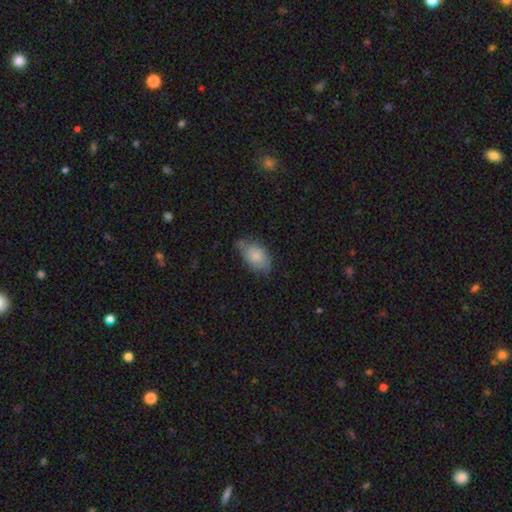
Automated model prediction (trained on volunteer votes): Smooth or featured?
  - smooth: 80% *
  - featured or disk: 13%
  - star or artifact: 7%
How rounded?
  - in between: 89% *
  - round: 9%
  - cigar-shaped: 2%
Merging?
  - none: 51% *
  - minor disturbance: 34%
  - major disturbance: 8%
  - merger: 7%